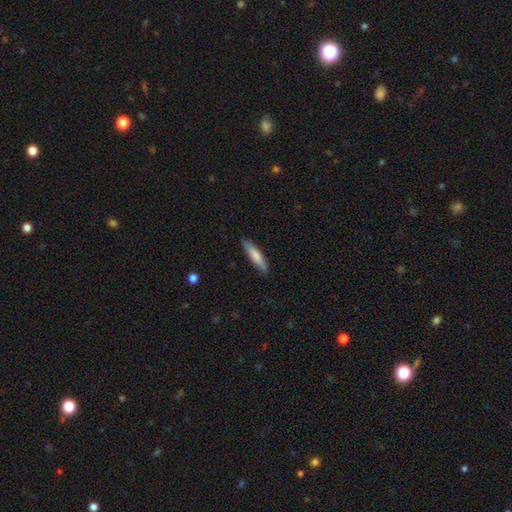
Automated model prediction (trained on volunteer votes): This appears to be a smooth galaxy with no disk features (79%) that is cigar-shaped (83%). Merging: none (88%).